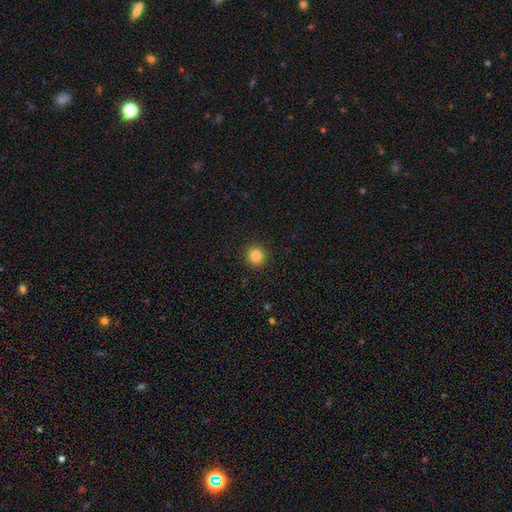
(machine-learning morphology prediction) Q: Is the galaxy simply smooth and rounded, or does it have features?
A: smooth — 84%.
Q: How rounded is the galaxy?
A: round — 94%.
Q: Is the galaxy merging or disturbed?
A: none — 92%.